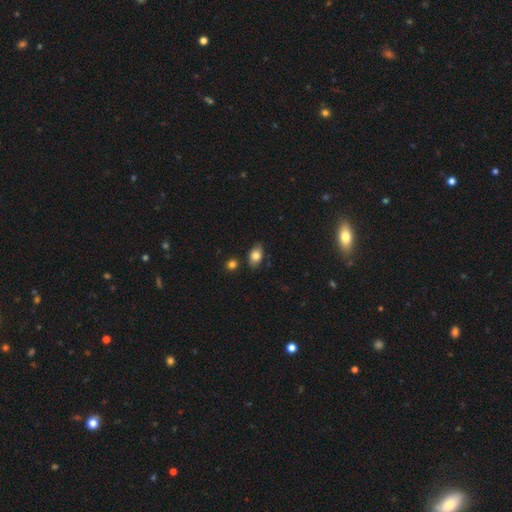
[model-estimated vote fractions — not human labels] A smooth galaxy with no disk features (79%) that is in between round and cigar-shaped (87%).

Vote fractions:
- Smooth or featured? smooth: 79% / featured or disk: 12% / star or artifact: 8%
- How rounded? in between: 87% / round: 11% / cigar-shaped: 3%
- Merging? none: 79% / minor disturbance: 15% / merger: 3% / major disturbance: 3%